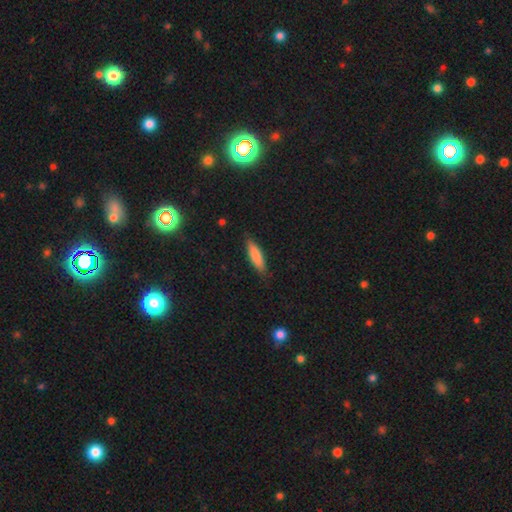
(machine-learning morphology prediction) This is clearly a smooth galaxy (81%). How rounded: likely cigar-shaped (64%). Merging: clearly none (84%).